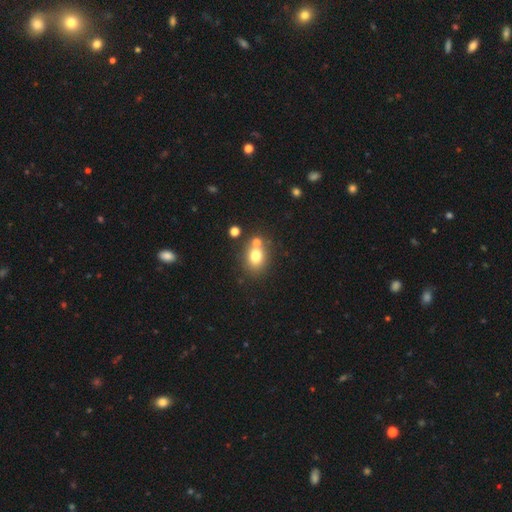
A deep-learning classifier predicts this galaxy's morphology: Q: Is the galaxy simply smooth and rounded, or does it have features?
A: smooth — 76%.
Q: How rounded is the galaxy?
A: round — 52%.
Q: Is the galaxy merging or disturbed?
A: none — 62%.